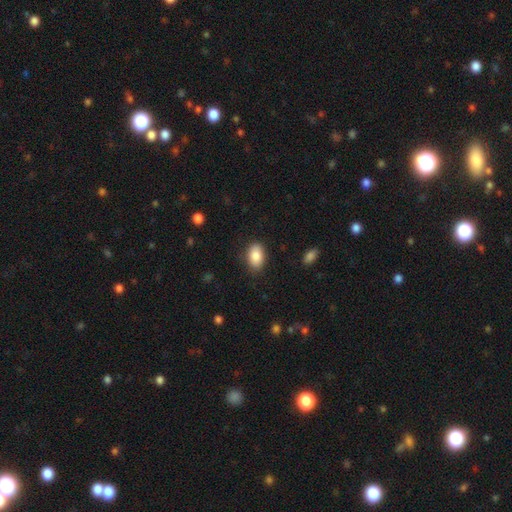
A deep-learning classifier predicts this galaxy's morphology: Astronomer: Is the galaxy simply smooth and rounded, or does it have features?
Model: smooth — 86%.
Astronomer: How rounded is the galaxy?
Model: in between — 90%.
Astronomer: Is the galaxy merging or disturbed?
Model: none — 84%.